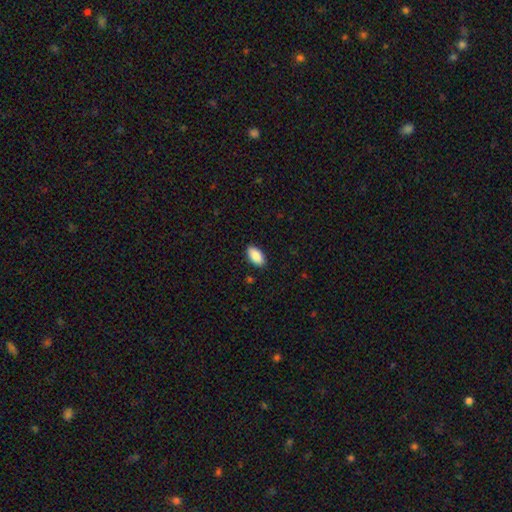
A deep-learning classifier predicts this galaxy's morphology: smooth-or-featured: smooth: 88% | star or artifact: 7% | featured or disk: 5%
  how-rounded: in between: 95% | round: 3% | cigar-shaped: 3%
  merging: none: 88% | minor disturbance: 9% | major disturbance: 2% | merger: 1%